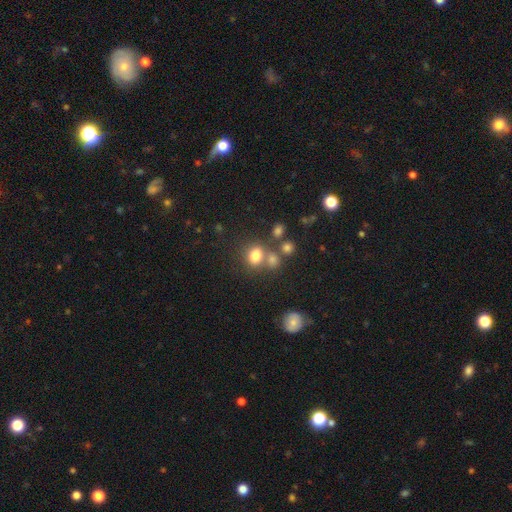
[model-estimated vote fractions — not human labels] smooth-or-featured: smooth: 76% | star or artifact: 14% | featured or disk: 9%
  how-rounded: round: 52% | in between: 47% | cigar-shaped: 1%
  merging: none: 55% | merger: 27% | minor disturbance: 13% | major disturbance: 6%